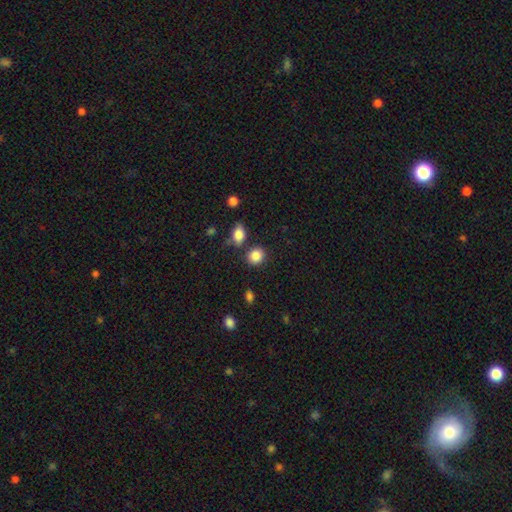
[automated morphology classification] Smooth or featured? Predicted: smooth (p=0.86). How rounded? Predicted: round (p=0.69). Merging? Predicted: none (p=0.75).